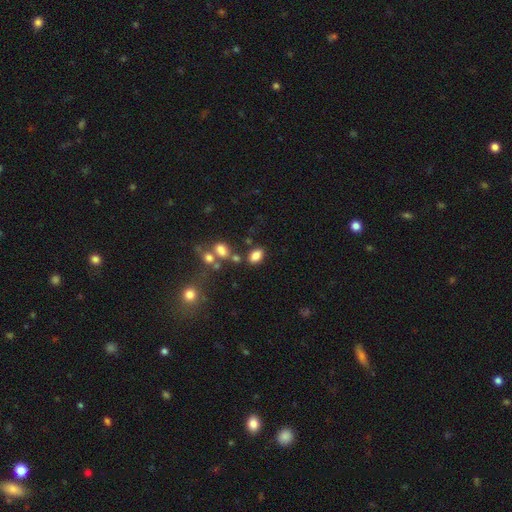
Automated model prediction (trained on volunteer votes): smooth-or-featured: smooth: 82% | star or artifact: 11% | featured or disk: 7%
  how-rounded: in between: 86% | round: 12% | cigar-shaped: 2%
  merging: none: 73% | minor disturbance: 12% | merger: 11% | major disturbance: 4%